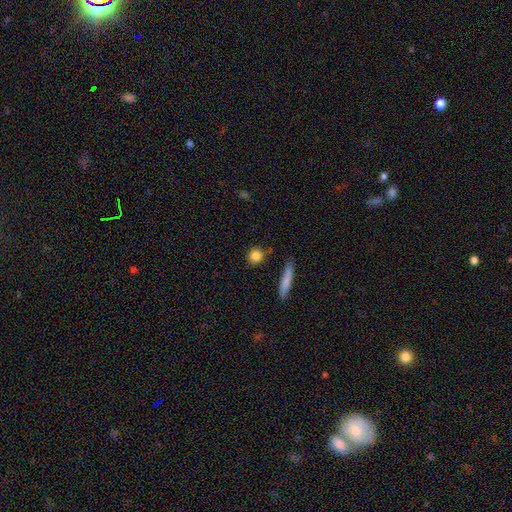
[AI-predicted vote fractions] A smooth galaxy with no disk features (83%) that is round (81%).

Vote fractions:
- Smooth or featured? smooth: 83% / star or artifact: 9% / featured or disk: 8%
- How rounded? round: 81% / in between: 12% / cigar-shaped: 7%
- Merging? none: 83% / minor disturbance: 10% / merger: 4% / major disturbance: 3%